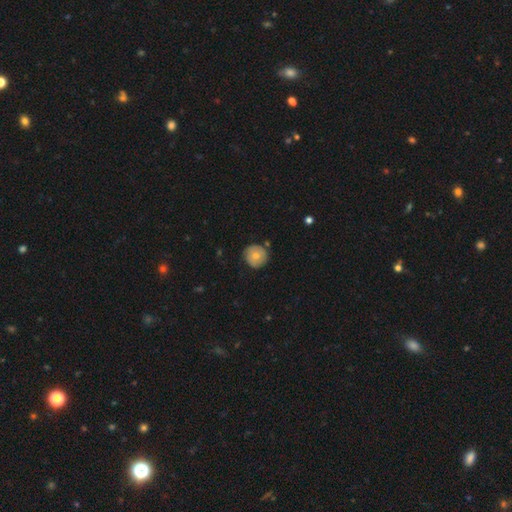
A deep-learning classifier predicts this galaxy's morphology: A smooth galaxy with no disk features (70%) that is round (94%). Merging: none (81%).